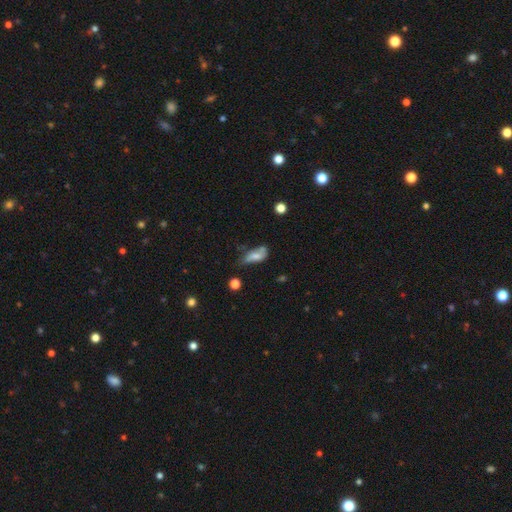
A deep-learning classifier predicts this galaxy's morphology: smooth-or-featured: smooth: 57% | featured or disk: 32% | star or artifact: 11%
  how-rounded: in between: 77% | cigar-shaped: 18% | round: 5%
  merging: minor disturbance: 31% | none: 30% | major disturbance: 24% | merger: 14%